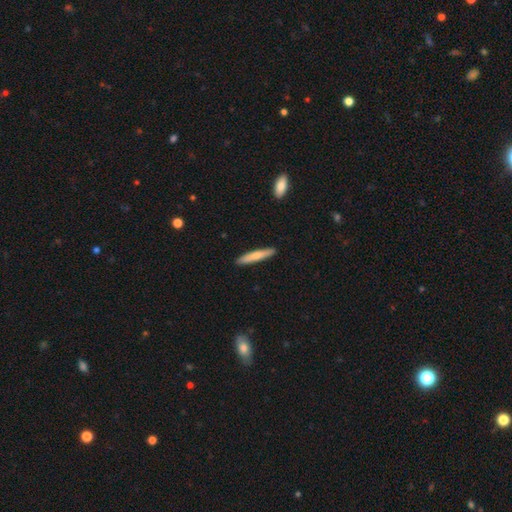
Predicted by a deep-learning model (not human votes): Morphology: type=smooth (70%); roundness=cigar-shaped (92%); merging=none (91%).